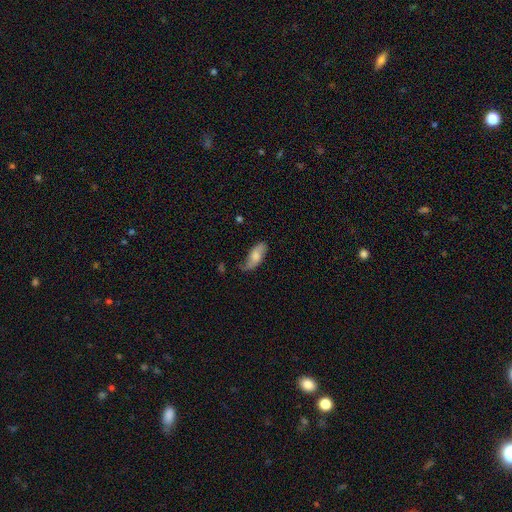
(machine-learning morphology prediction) The model was most divided on "smooth or featured": smooth: 55%, featured or disk: 39%, star or artifact: 7%. More confident: how rounded — in between (77%); merging — none (55%).